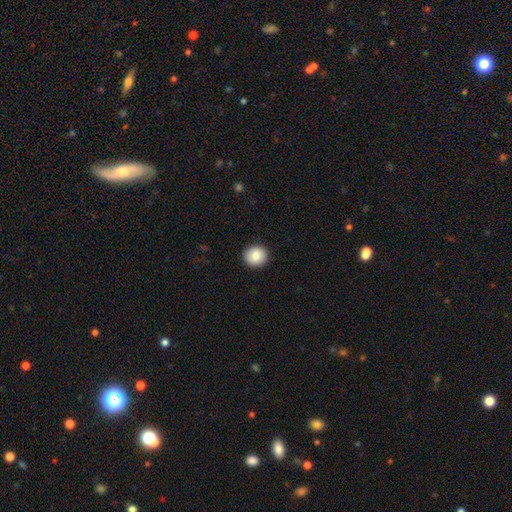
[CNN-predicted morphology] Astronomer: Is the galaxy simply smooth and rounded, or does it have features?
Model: smooth — 86%.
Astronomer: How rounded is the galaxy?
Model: round — 87%.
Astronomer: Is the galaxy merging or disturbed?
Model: none — 92%.